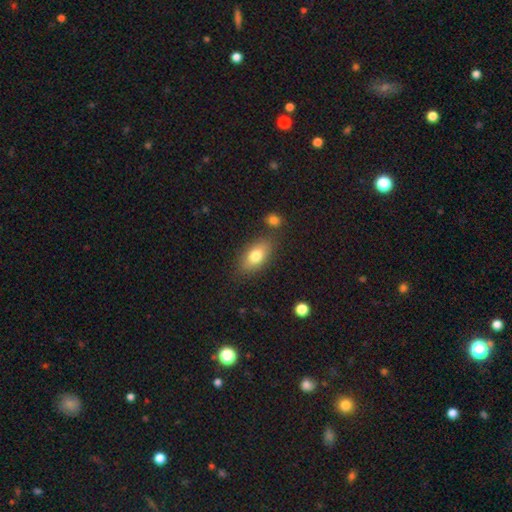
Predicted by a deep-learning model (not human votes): Q: Smooth or featured?
A: smooth (75%); runner-up: featured or disk (17%)
Q: How rounded?
A: in between (87%); runner-up: cigar-shaped (7%)
Q: Merging?
A: none (79%); runner-up: minor disturbance (12%)